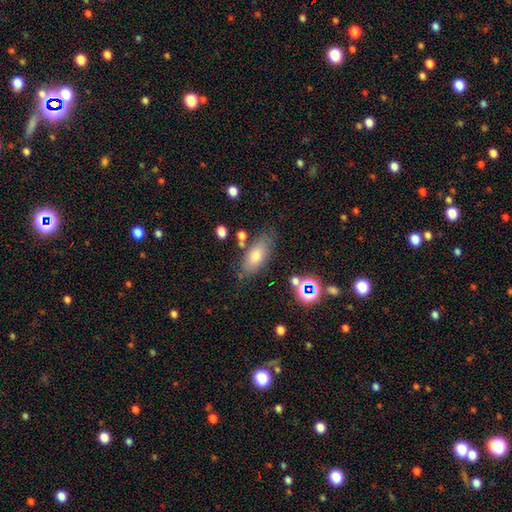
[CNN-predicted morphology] Q: Smooth or featured?
A: smooth (69%); runner-up: featured or disk (20%)
Q: How rounded?
A: in between (81%); runner-up: cigar-shaped (14%)
Q: Merging?
A: none (74%); runner-up: minor disturbance (15%)